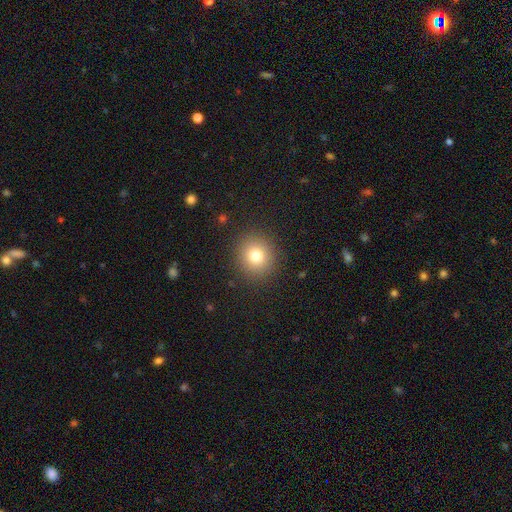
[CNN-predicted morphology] smooth 78%, star or artifact 13%, featured or disk 9%. Down the decision tree: how rounded — round (90%); merging — none (90%).